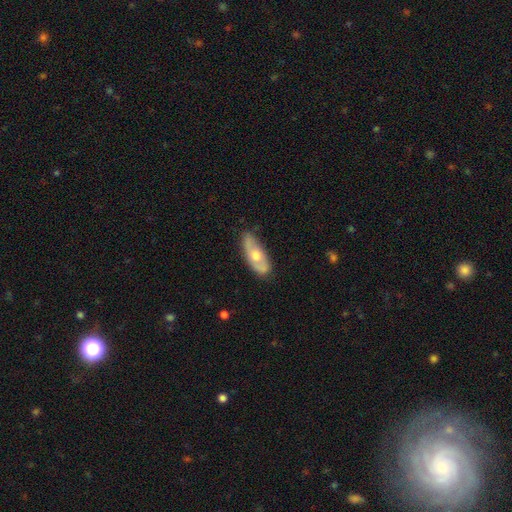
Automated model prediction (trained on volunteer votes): smooth_or_featured: smooth (p=0.48) [alt: featured or disk p=0.46]
merging: none (p=0.69) [alt: minor disturbance p=0.24]